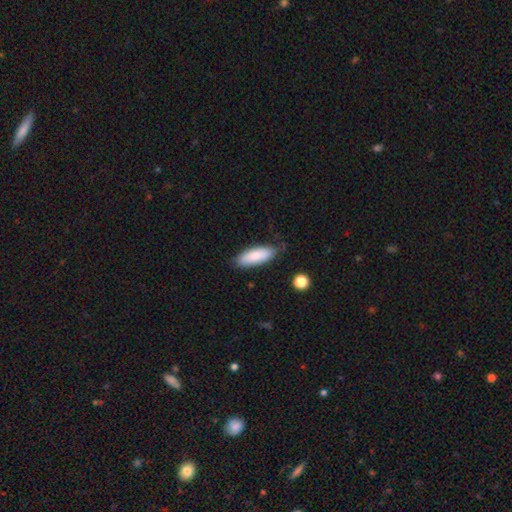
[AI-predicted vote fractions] Morphology: type=smooth (84%); roundness=in between (66%); merging=none (77%).